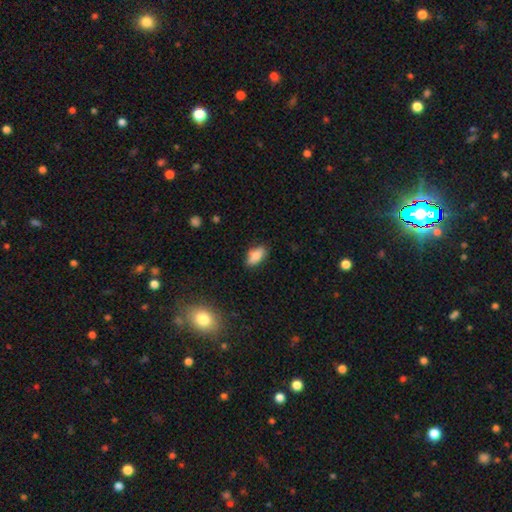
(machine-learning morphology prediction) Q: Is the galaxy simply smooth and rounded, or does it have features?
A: smooth — 80%.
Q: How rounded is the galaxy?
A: in between — 90%.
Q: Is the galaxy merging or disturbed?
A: none — 77%.